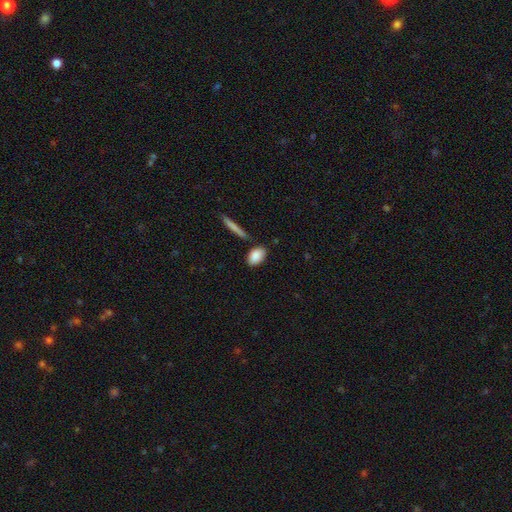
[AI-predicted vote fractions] Q: Smooth or featured?
A: smooth (88%); runner-up: star or artifact (6%)
Q: How rounded?
A: in between (88%); runner-up: round (8%)
Q: Merging?
A: none (79%); runner-up: minor disturbance (12%)